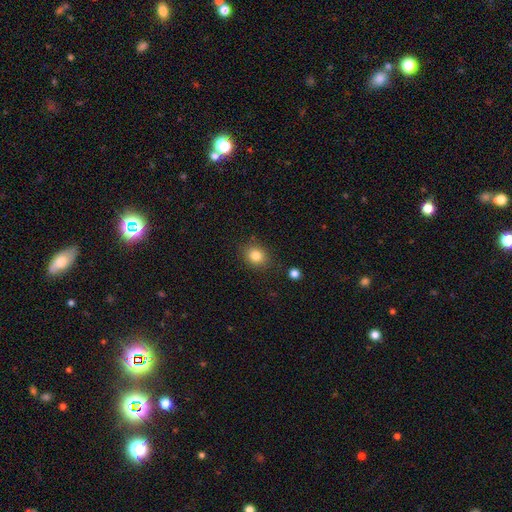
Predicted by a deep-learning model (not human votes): A smooth galaxy with no disk features (82%) that is round (67%). Merging: none (85%).